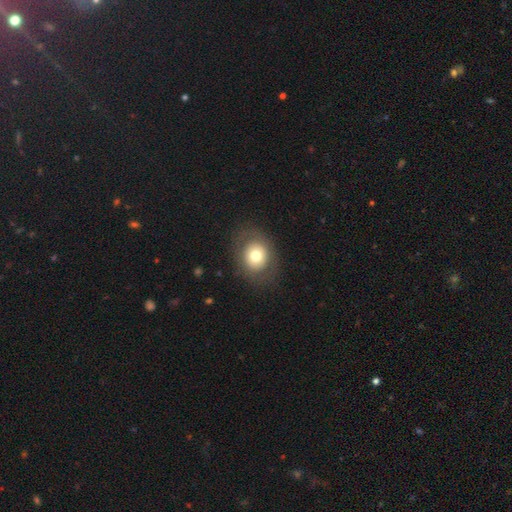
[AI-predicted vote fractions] Morphology: type=smooth (69%); roundness=round (56%); merging=none (83%).